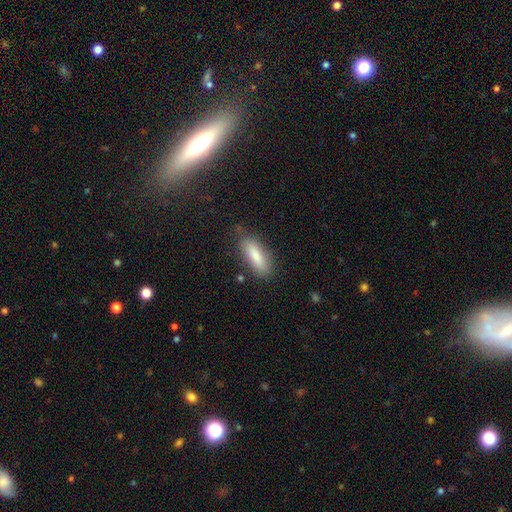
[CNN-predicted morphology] type=smooth (82%); roundness=in between (62%); merging=none (80%).